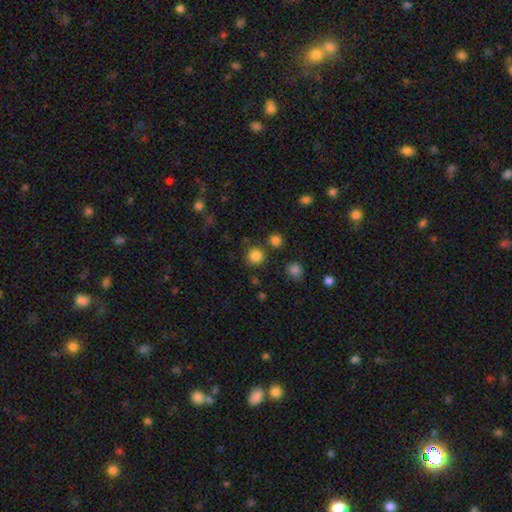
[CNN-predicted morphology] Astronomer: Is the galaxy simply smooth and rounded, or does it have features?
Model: smooth — 82%.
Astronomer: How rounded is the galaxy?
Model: round — 93%.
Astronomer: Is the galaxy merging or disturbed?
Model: none — 82%.